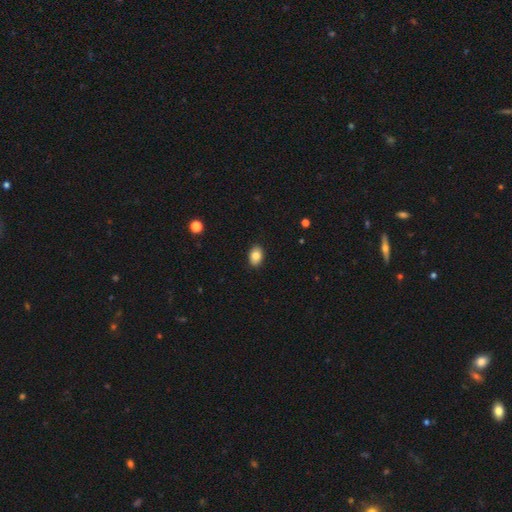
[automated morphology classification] A smooth galaxy with no disk features (85%) that is in between round and cigar-shaped (80%). Merging: none (89%).